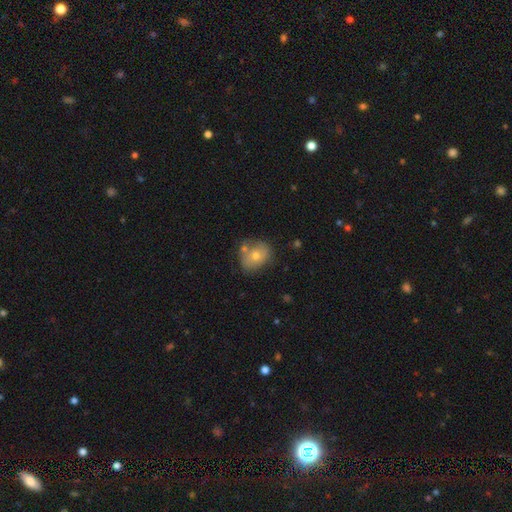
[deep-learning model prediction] A smooth galaxy with no disk features (62%) that is round (56%). Merging: none (54%).